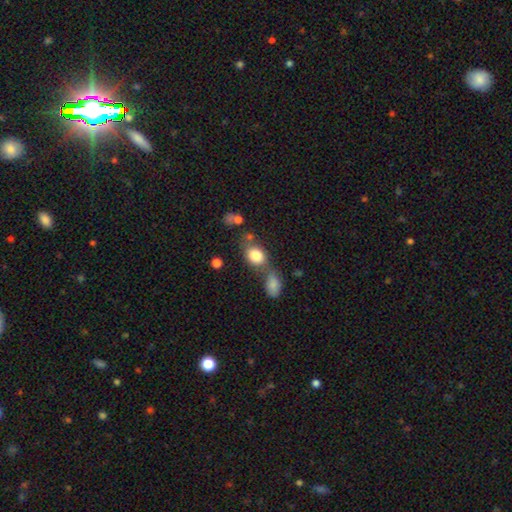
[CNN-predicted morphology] This is clearly a smooth galaxy (82%). How rounded: possibly in between (60%). Merging: possibly none (49%).